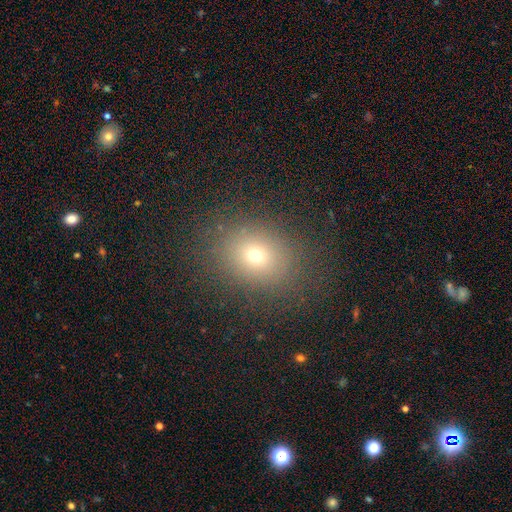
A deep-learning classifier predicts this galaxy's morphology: A smooth galaxy with no disk features (67%) that is round (54%). Merging: none (82%).